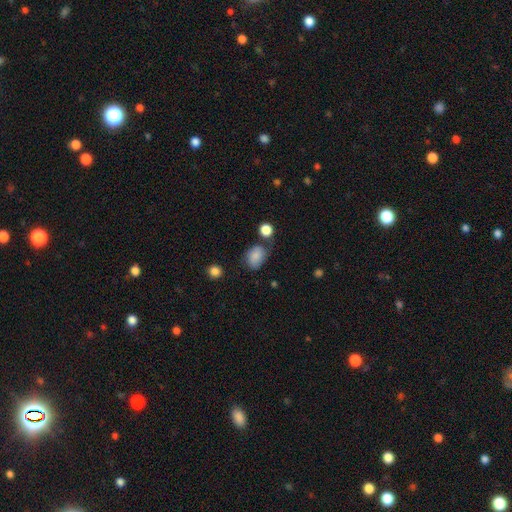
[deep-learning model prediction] Morphology: type=smooth (83%); roundness=in between (69%); merging=none (57%).